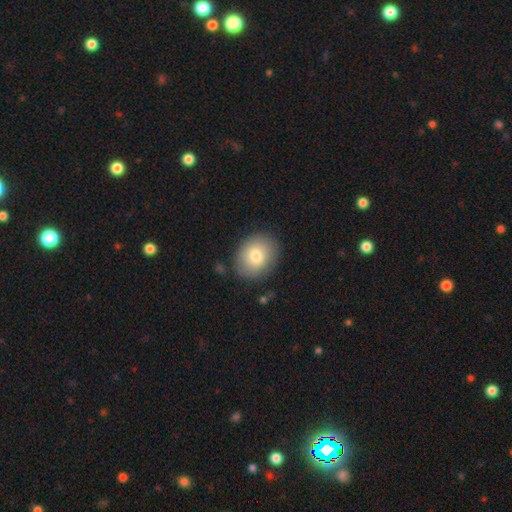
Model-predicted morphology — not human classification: The model was most divided on "how rounded": round: 59%, in between: 40%, cigar-shaped: 1%. More confident: merging — none (84%); smooth or featured — smooth (78%).